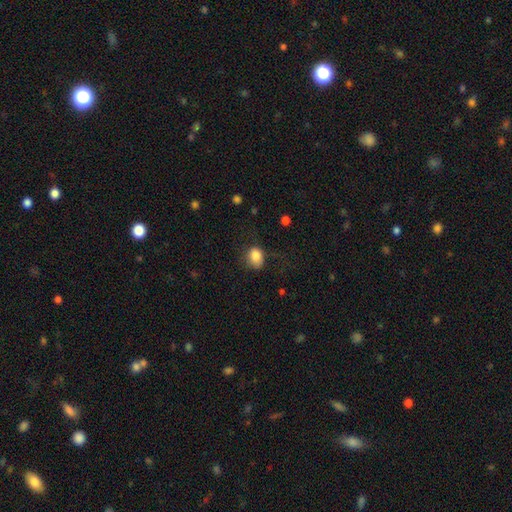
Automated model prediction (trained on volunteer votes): Overall: smooth (83%). How rounded: round (50%; in between 49%). Merging: none (60%; minor disturbance 25%).